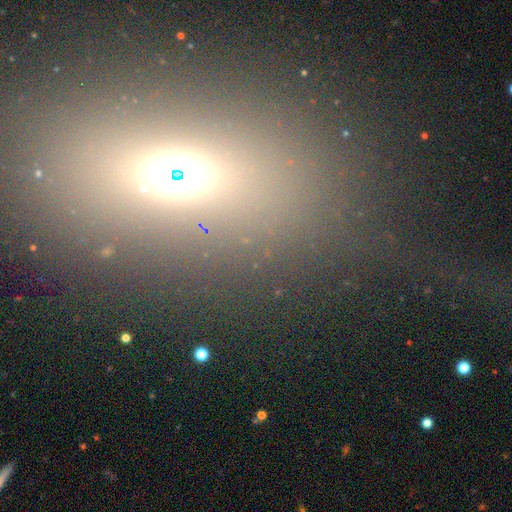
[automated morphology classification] This is possibly a star or artifact rather than a galaxy (49%).